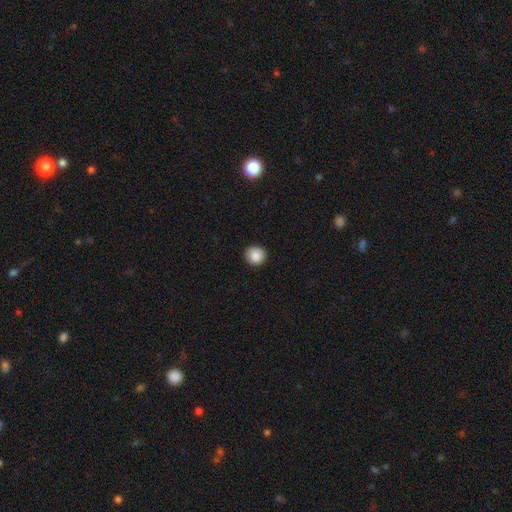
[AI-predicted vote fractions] Smooth or featured? smooth (88%)
How rounded? round (93%)
Merging? none (91%)